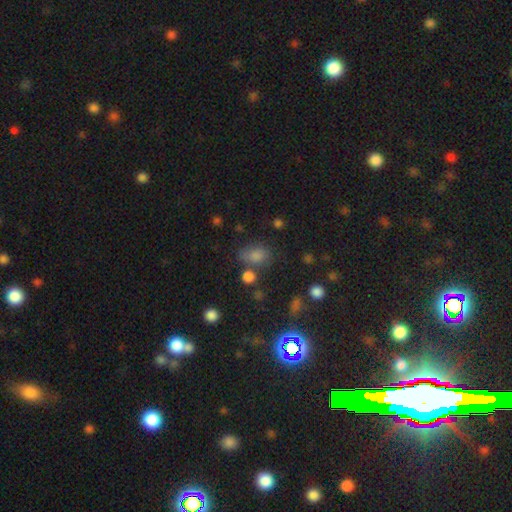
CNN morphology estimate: Smooth or featured: smooth — 69% (star or artifact — 23%)
How rounded: in between — 68% (round — 30%)
Merging: none — 61% (minor disturbance — 19%)